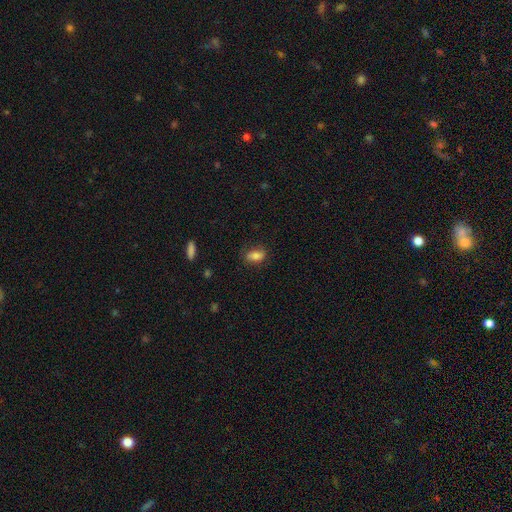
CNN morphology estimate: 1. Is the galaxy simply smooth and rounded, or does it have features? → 80% smooth, 12% featured or disk, 9% star or artifact.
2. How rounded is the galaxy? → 86% in between, 8% round, 6% cigar-shaped.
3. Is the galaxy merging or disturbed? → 74% none, 20% minor disturbance, 5% major disturbance, 1% merger.